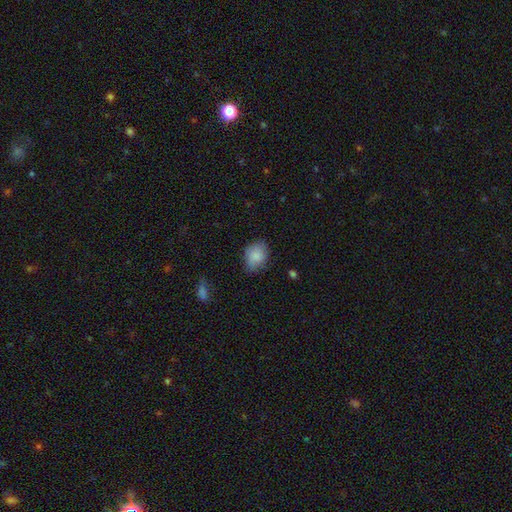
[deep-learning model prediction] smooth 84%, featured or disk 9%, star or artifact 7%. Down the decision tree: how rounded — in between (63%); merging — none (66%).